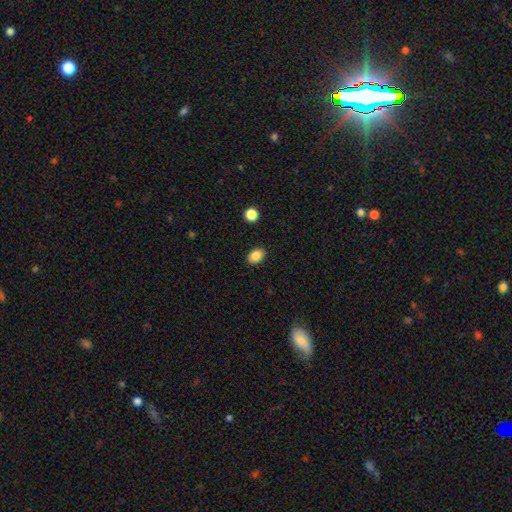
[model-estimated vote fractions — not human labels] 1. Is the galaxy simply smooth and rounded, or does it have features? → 87% smooth, 9% star or artifact, 4% featured or disk.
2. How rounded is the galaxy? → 79% in between, 20% round, 1% cigar-shaped.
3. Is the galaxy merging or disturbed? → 89% none, 8% minor disturbance, 2% major disturbance, 1% merger.